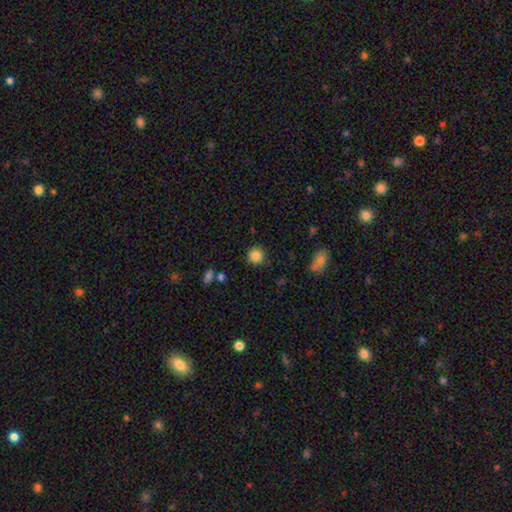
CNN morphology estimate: This appears to be a smooth galaxy with no disk features (85%) that is round (92%). Merging: none (87%).